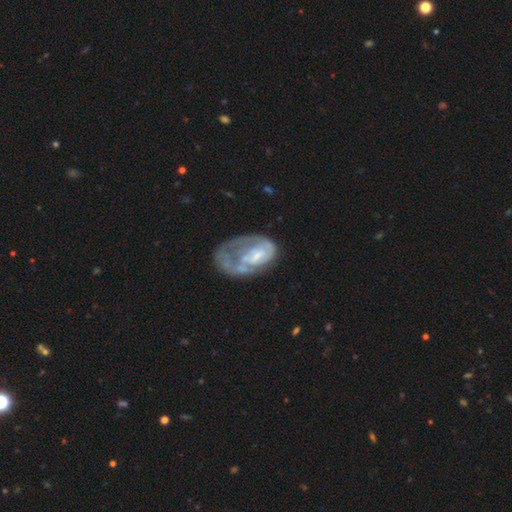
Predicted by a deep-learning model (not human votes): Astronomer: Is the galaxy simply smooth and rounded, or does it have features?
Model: featured or disk — 66%.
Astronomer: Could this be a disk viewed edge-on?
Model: no — 97%.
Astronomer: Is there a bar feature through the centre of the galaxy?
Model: no — 66%.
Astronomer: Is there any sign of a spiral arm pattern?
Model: no — 55% (runner-up: yes, 45%).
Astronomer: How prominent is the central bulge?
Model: none — 34% (runner-up: small, 33%).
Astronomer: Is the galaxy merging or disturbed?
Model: major disturbance — 40% (runner-up: none, 28%).